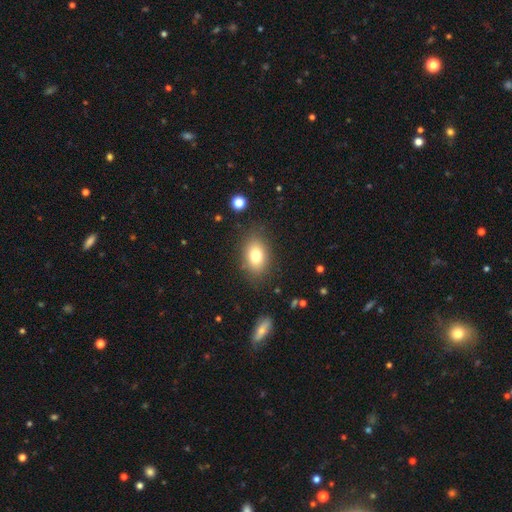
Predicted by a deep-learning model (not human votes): Smooth or featured?
  - smooth: 78% *
  - featured or disk: 12%
  - star or artifact: 10%
How rounded?
  - in between: 80% *
  - round: 19%
  - cigar-shaped: 2%
Merging?
  - none: 83% *
  - minor disturbance: 11%
  - major disturbance: 4%
  - merger: 2%